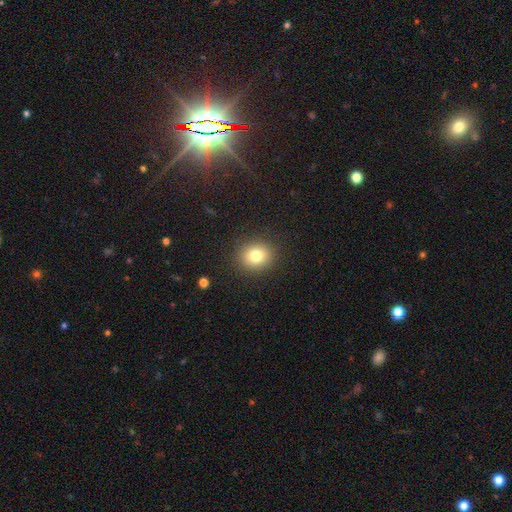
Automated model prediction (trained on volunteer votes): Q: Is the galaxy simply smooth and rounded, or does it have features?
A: smooth — 79%.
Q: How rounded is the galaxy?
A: round — 76%.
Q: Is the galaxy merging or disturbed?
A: none — 90%.